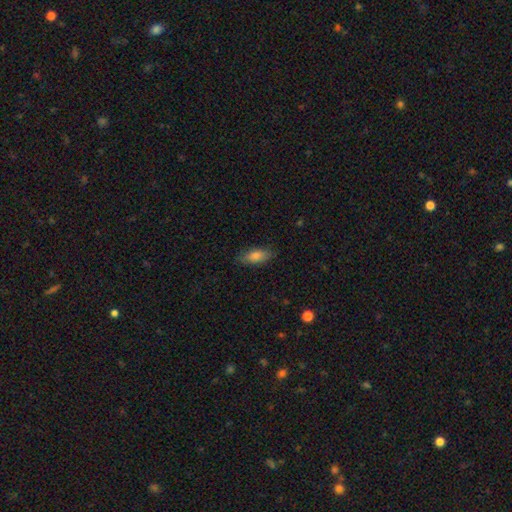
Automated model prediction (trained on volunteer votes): smooth_or_featured: smooth (p=0.81) [alt: featured or disk p=0.12]
how_rounded: in between (p=0.76) [alt: cigar-shaped p=0.21]
merging: none (p=0.83) [alt: minor disturbance p=0.13]